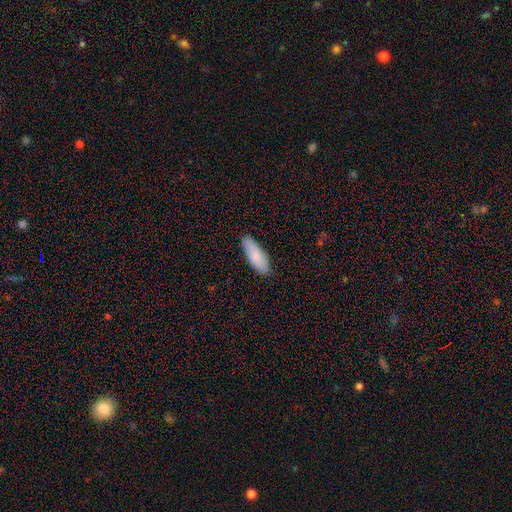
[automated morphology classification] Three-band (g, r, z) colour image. It shows a smooth galaxy with no disk features (85%) that is in between round and cigar-shaped (61%). Merging: none (85%).